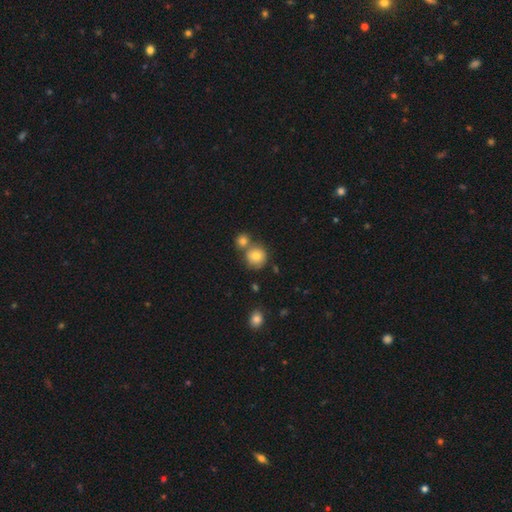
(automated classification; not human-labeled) A smooth galaxy with no disk features (79%) that is round (88%). Merging: none (56%).